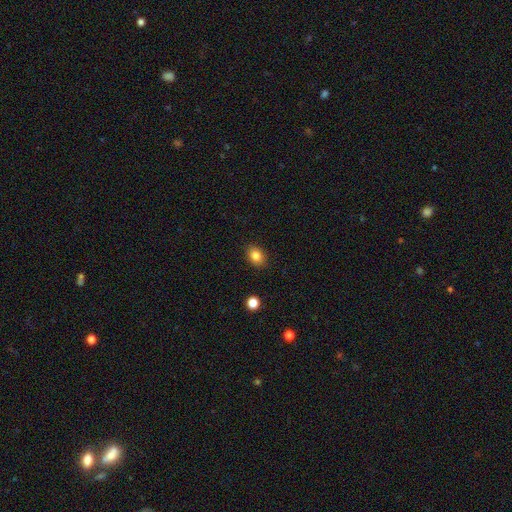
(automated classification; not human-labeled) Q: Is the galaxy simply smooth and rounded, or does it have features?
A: smooth — 83%.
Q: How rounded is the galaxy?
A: in between — 66%.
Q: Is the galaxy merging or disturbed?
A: none — 88%.